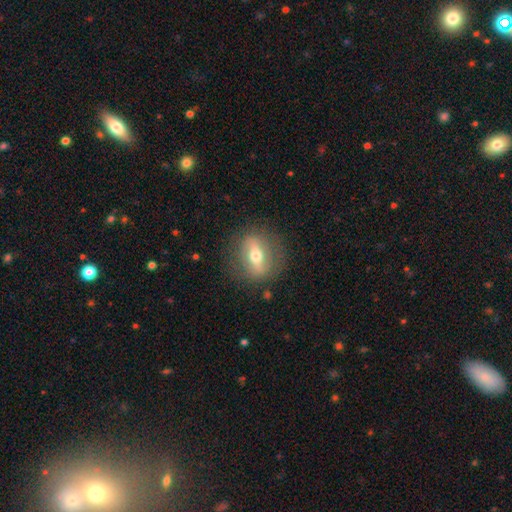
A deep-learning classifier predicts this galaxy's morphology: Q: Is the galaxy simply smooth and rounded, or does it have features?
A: featured or disk — 58%.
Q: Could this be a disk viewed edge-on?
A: no — 61%.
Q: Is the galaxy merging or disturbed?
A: none — 84%.